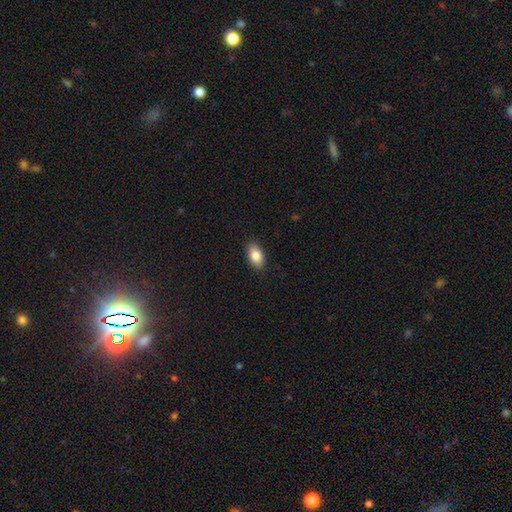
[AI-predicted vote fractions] A smooth galaxy with no disk features (85%) that is in between round and cigar-shaped (92%). Merging: none (89%).